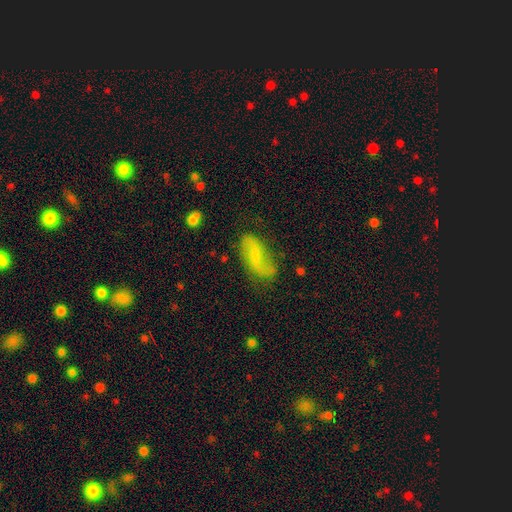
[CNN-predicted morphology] smooth_or_featured: featured or disk (p=0.54) [alt: smooth p=0.38]
disk_edge_on: no (p=0.93) [alt: yes p=0.07]
bar: weak (p=0.45) [alt: no p=0.35]
has_spiral_arms: yes (p=0.85) [alt: no p=0.15]
bulge_size: none (p=0.42) [alt: small p=0.37]
merging: none (p=0.64) [alt: minor disturbance p=0.23]